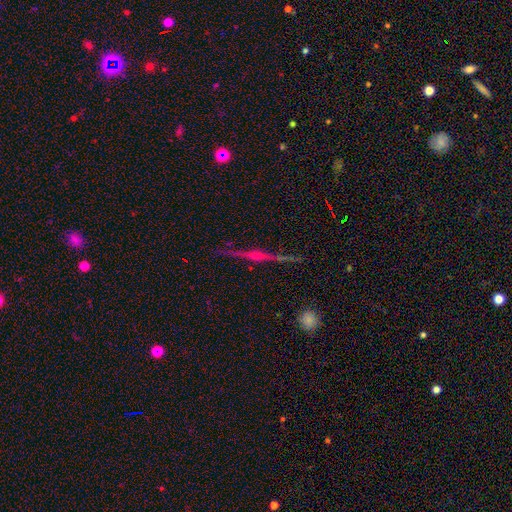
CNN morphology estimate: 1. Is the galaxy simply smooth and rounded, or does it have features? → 81% featured or disk, 11% star or artifact, 7% smooth.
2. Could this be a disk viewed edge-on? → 98% yes, 2% no.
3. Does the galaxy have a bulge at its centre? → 83% rounded, 11% boxy, 7% none.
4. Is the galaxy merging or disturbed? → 89% none, 8% minor disturbance, 2% major disturbance, 1% merger.